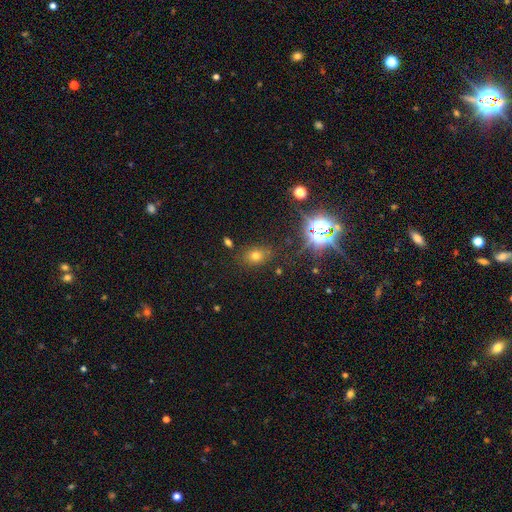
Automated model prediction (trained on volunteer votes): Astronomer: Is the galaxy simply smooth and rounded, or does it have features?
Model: smooth — 65%.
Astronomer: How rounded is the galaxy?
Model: in between — 65%.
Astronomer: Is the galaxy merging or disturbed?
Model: none — 80%.